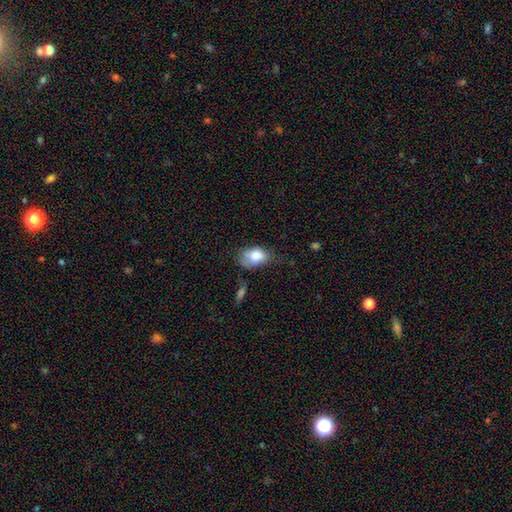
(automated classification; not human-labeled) This appears to be a smooth galaxy with no disk features (79%) that is in between round and cigar-shaped (83%). Merging: minor disturbance (39%).